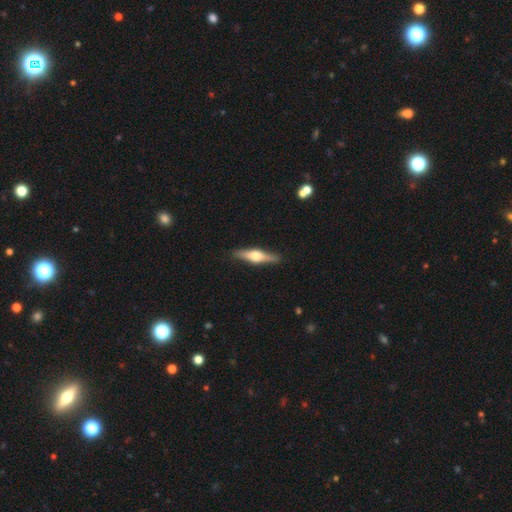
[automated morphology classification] Smooth or featured: featured or disk — 65% (smooth — 29%)
Edge-on disk: yes — 97% (no — 3%)
Edge-on bulge: rounded — 93% (boxy — 5%)
Merging: none — 90% (minor disturbance — 7%)